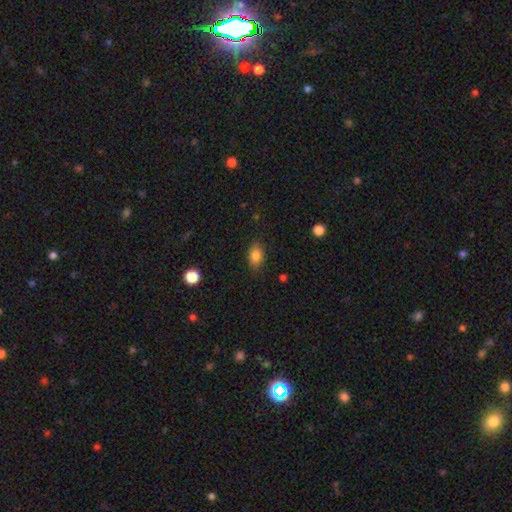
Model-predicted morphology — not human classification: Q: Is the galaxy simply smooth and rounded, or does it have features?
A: smooth — 83%.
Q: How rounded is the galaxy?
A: in between — 84%.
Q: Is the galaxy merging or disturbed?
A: none — 83%.